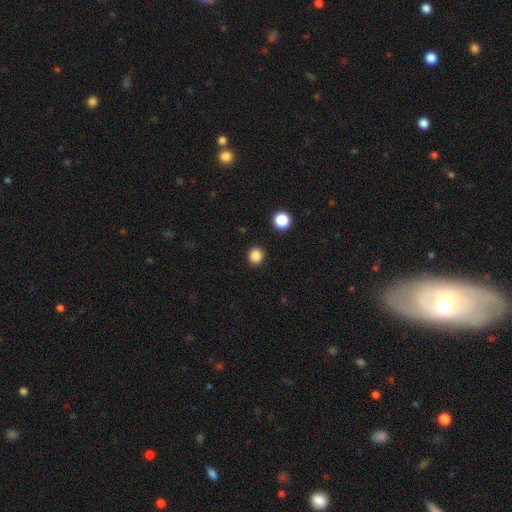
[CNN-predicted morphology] Smooth or featured? Predicted: smooth (p=0.86). How rounded? Predicted: round (p=0.89). Merging? Predicted: none (p=0.91).